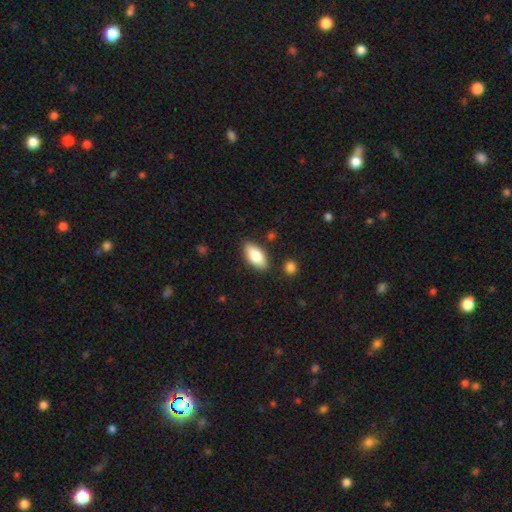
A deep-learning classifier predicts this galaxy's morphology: This is clearly a smooth galaxy (83%). How rounded: clearly in between (91%). Merging: clearly none (85%).